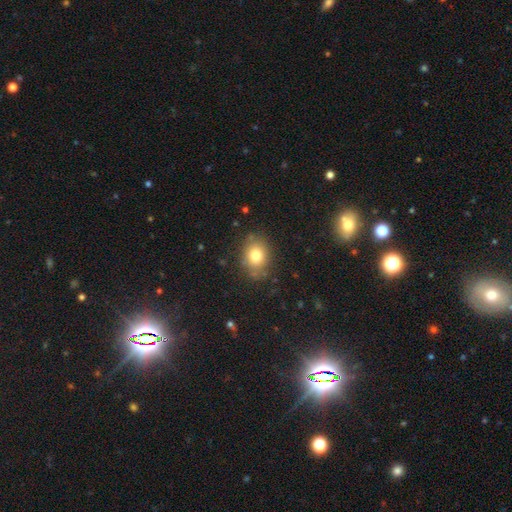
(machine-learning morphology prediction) Smooth or featured? Predicted: smooth (p=0.78). How rounded? Predicted: in between (p=0.52). Merging? Predicted: none (p=0.80).